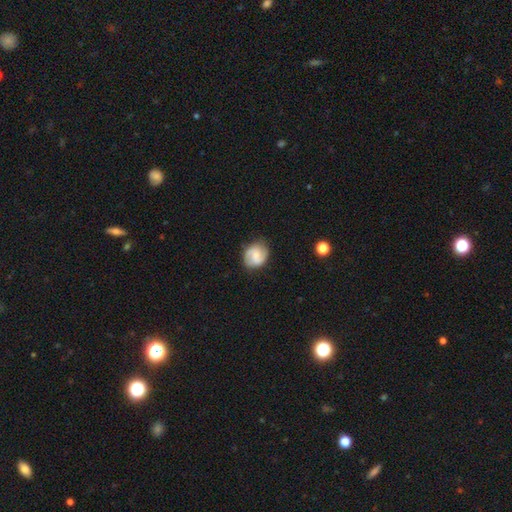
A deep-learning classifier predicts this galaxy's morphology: smooth-or-featured: featured or disk: 64% | smooth: 29% | star or artifact: 7%
  disk-edge-on: no: 98% | yes: 2%
    bar: weak: 49% | no: 37% | strong: 13%
    has-spiral-arms: yes: 93% | no: 7%
      spiral-winding: medium: 48% | tight: 30% | loose: 22%
      spiral-arm-count: 2: 89% | can't tell: 6% | 1: 2% | 3: 1% | 4: 1% | more than 4: 1%
    bulge-size: small: 46% | moderate: 33% | none: 15% | large: 4% | dominant: 1%
  merging: none: 81% | minor disturbance: 14% | major disturbance: 4% | merger: 1%